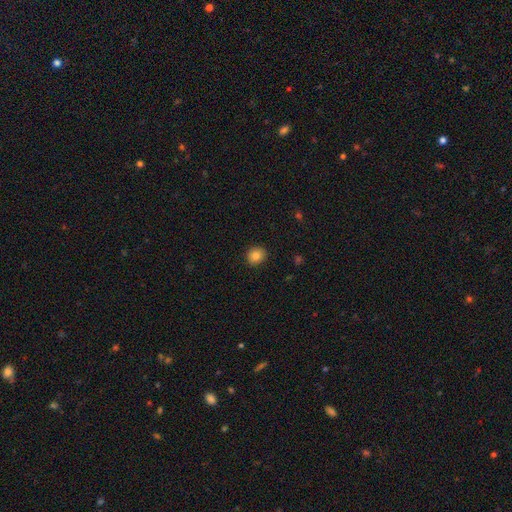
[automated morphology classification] type=smooth (84%); roundness=round (82%); merging=none (90%).